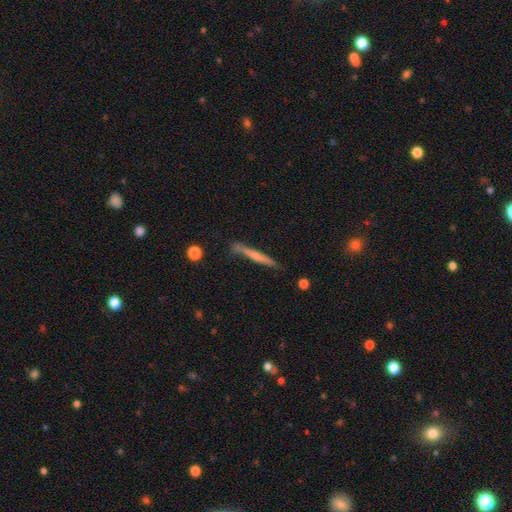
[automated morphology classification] smooth 50%, featured or disk 44%, star or artifact 6%. Down the decision tree: merging — none (79%).